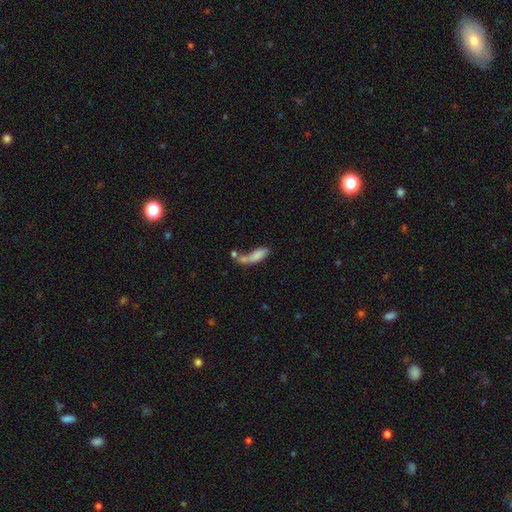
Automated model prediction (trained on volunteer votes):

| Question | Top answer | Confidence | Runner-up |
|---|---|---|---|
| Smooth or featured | smooth | 76% | featured or disk (15%) |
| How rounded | in between | 55% | cigar-shaped (42%) |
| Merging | merger | 40% | none (28%) |